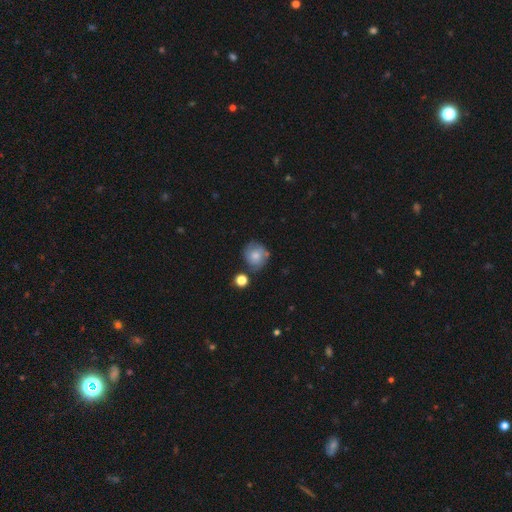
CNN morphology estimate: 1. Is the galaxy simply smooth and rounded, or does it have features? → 66% smooth, 25% featured or disk, 9% star or artifact.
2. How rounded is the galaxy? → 85% round, 14% in between, 1% cigar-shaped.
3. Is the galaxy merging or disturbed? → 66% none, 21% minor disturbance, 8% merger, 6% major disturbance.